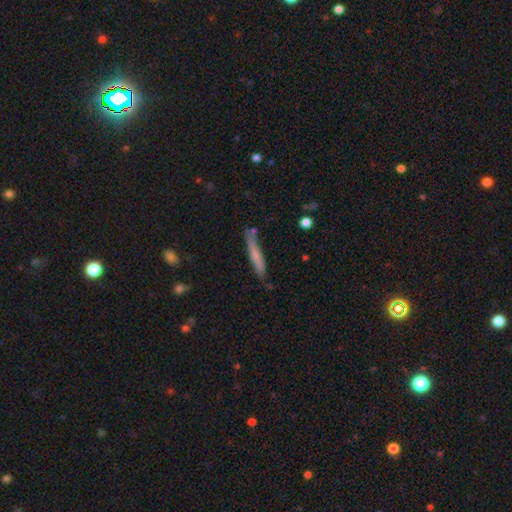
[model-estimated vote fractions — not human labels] Morphology: type=smooth (64%); roundness=cigar-shaped (94%); merging=none (76%).